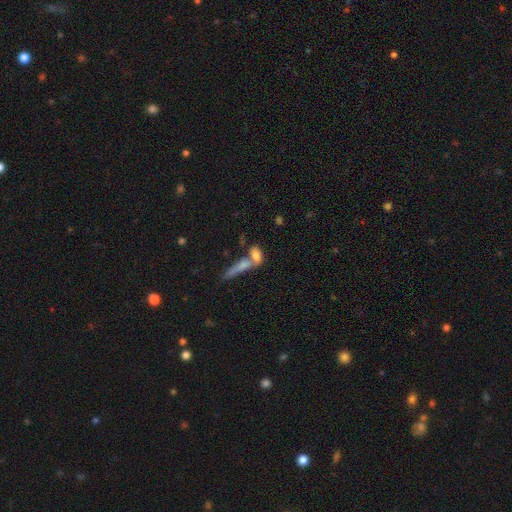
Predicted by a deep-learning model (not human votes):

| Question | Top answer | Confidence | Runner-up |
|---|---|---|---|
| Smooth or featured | smooth | 72% | featured or disk (19%) |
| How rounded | in between | 63% | cigar-shaped (31%) |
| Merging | merger | 52% | none (33%) |